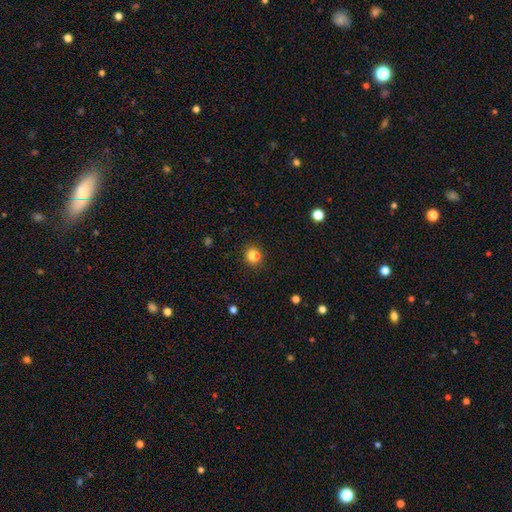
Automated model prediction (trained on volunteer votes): Overall: smooth (83%). How rounded: round (82%). Merging: none (89%).